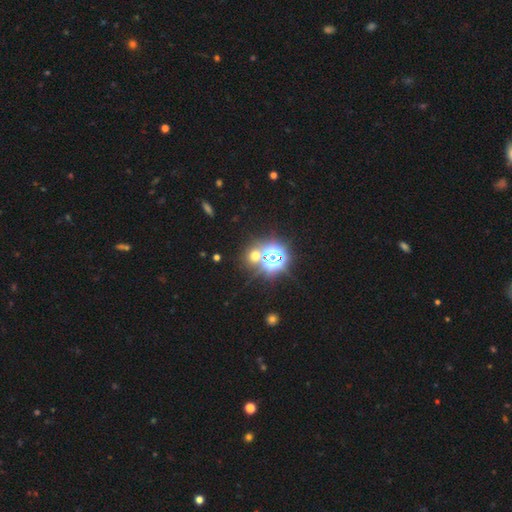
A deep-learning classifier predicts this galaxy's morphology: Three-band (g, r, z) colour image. It shows a star or artifact, not a galaxy (53%).